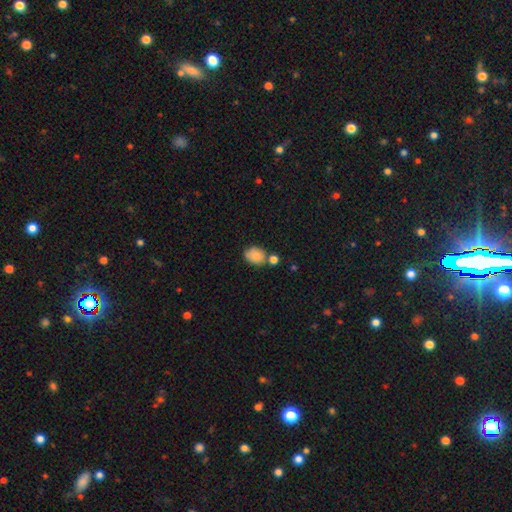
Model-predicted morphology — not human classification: smooth-or-featured: smooth: 83% | star or artifact: 9% | featured or disk: 8%
  how-rounded: in between: 61% | round: 38% | cigar-shaped: 1%
  merging: none: 60% | merger: 18% | minor disturbance: 18% | major disturbance: 4%